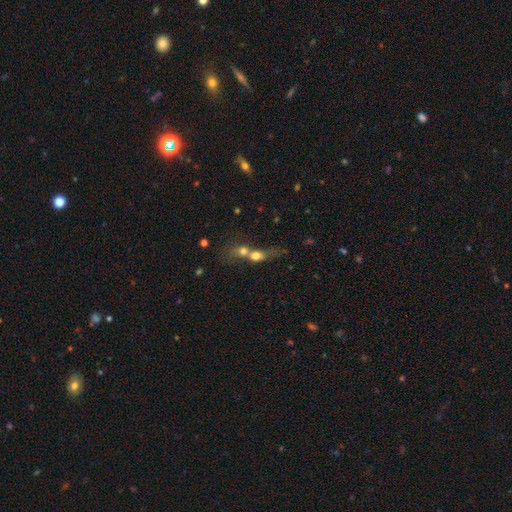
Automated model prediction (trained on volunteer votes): A smooth galaxy with no disk features (62%) that is round (45%). Merging: merger (72%).